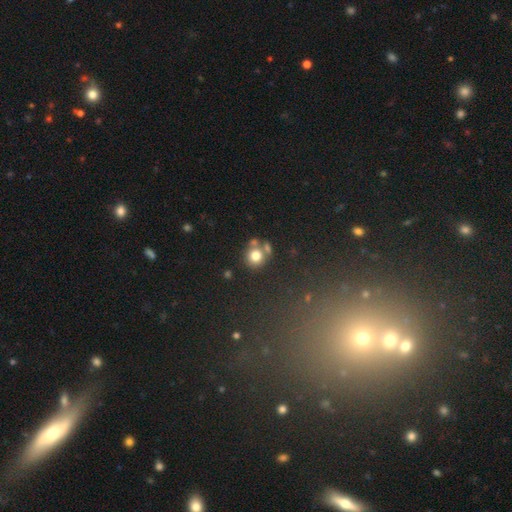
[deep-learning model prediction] This is likely a smooth galaxy (77%). How rounded: clearly round (87%). Merging: likely none (60%).